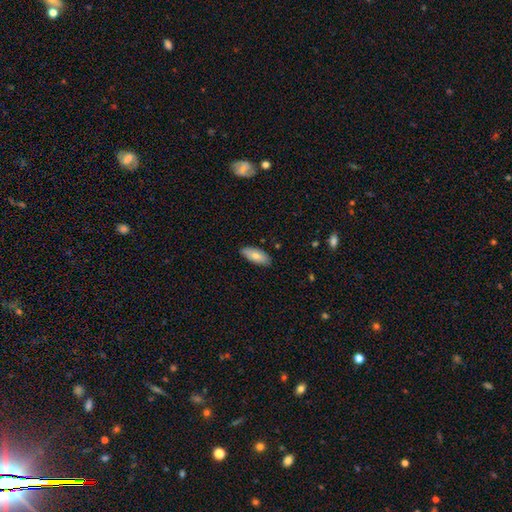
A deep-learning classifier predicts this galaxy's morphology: Overall: smooth (74%). How rounded: in between (85%). Merging: none (87%).